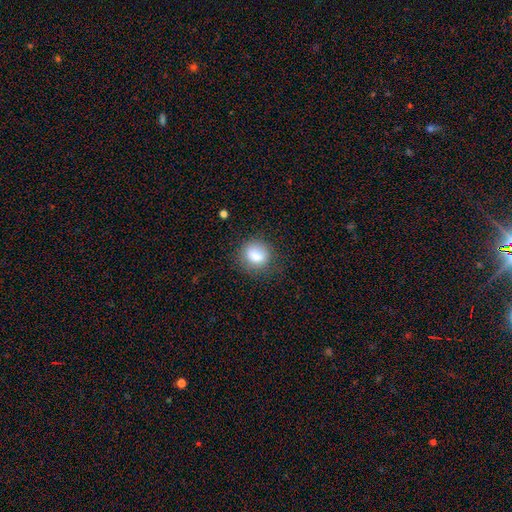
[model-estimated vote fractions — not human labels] Overall: smooth (83%). How rounded: round (73%). Merging: none (74%).